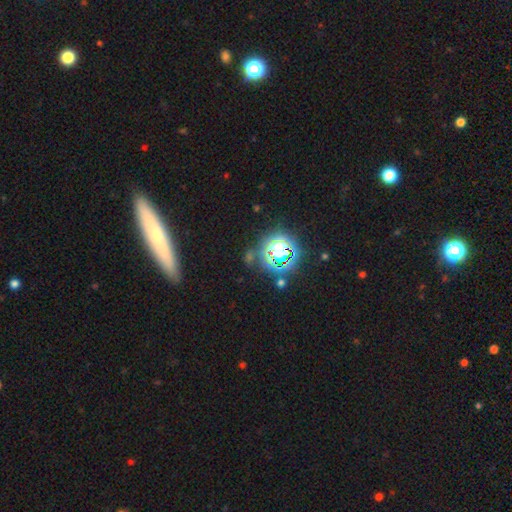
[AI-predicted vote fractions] smooth-or-featured: star or artifact: 59% | smooth: 27% | featured or disk: 14%